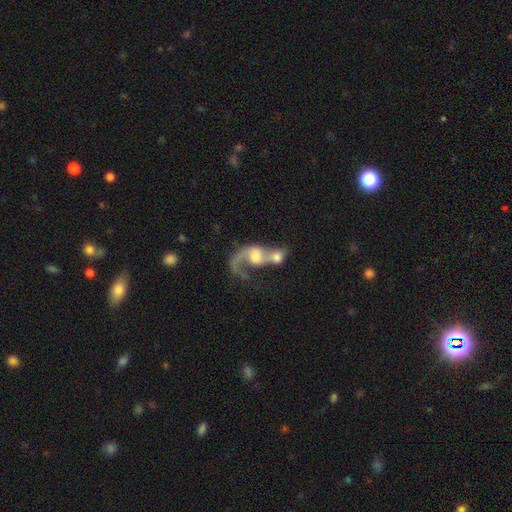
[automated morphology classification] type=featured or disk (65%); edge-on=no (96%); bar=no (64%); spiral arms=yes (80%); bulge=moderate (34%); merging=merger (72%).